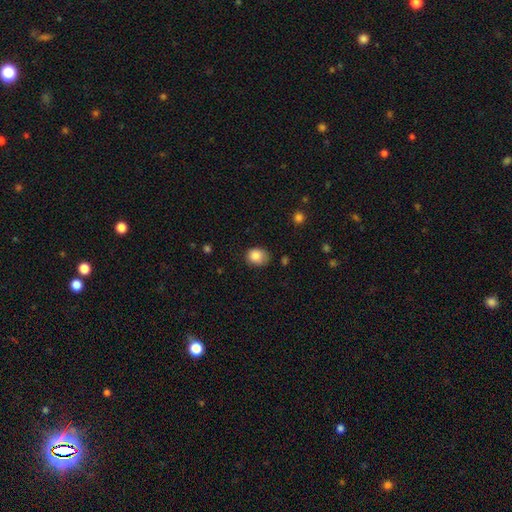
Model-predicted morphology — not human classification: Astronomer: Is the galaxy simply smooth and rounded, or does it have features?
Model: smooth — 85%.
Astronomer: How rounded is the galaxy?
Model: round — 51% (runner-up: in between, 48%).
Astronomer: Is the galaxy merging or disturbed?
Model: none — 66%.